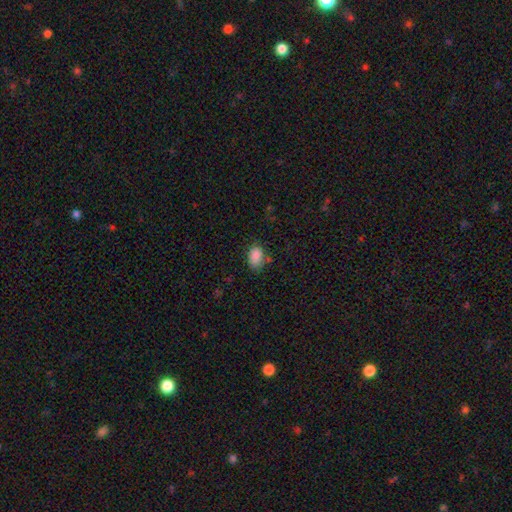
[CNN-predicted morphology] A smooth galaxy with no disk features (87%) that is in between round and cigar-shaped (84%). Merging: none (70%).